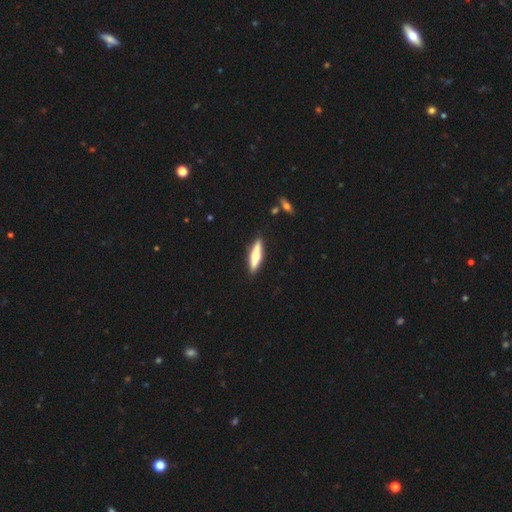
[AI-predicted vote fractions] The model was most divided on "smooth or featured": smooth: 50%, featured or disk: 45%, star or artifact: 5%. More confident: merging — none (89%); how rounded — cigar-shaped (77%).